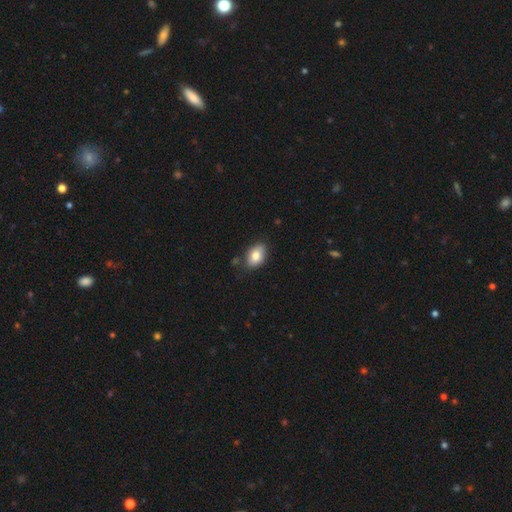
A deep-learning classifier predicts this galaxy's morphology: smooth 82%, featured or disk 11%, star or artifact 8%. Down the decision tree: how rounded — in between (86%); merging — none (79%).